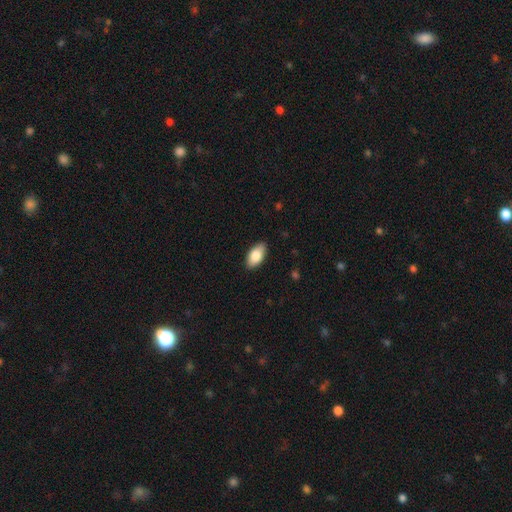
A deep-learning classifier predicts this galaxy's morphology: Overall: smooth (84%). How rounded: in between (94%). Merging: none (87%).